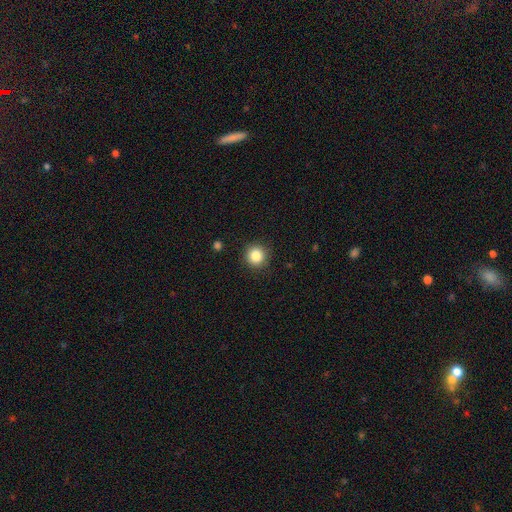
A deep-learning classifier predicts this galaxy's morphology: smooth-or-featured: smooth: 85% | star or artifact: 10% | featured or disk: 5%
  how-rounded: round: 94% | in between: 5% | cigar-shaped: 1%
  merging: none: 91% | minor disturbance: 6% | major disturbance: 2% | merger: 1%